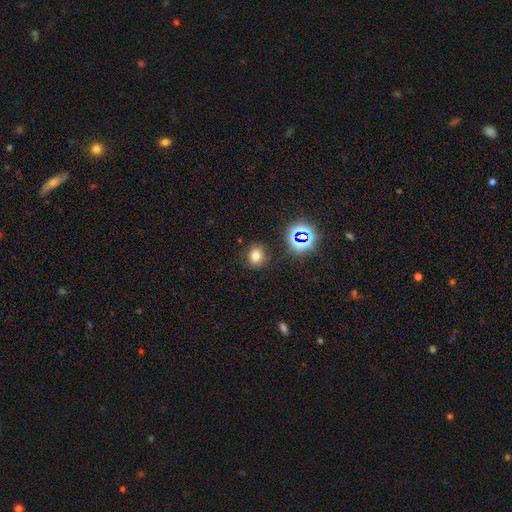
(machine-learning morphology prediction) smooth_or_featured: smooth (p=0.71) [alt: star or artifact p=0.21]
how_rounded: round (p=0.73) [alt: in between p=0.26]
merging: none (p=0.84) [alt: minor disturbance p=0.11]